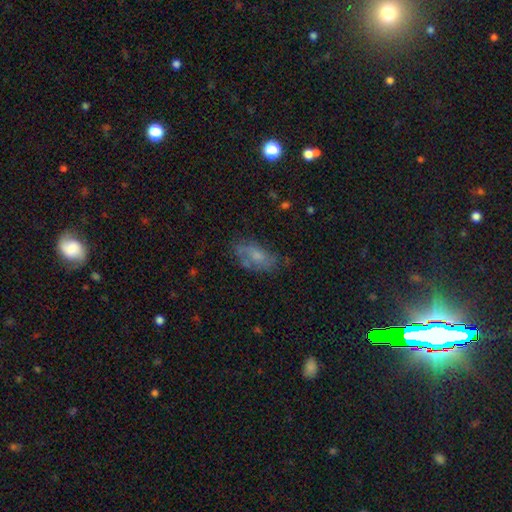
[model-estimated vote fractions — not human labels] smooth-or-featured: smooth: 54% | featured or disk: 34% | star or artifact: 11%
  how-rounded: in between: 87% | cigar-shaped: 8% | round: 5%
  merging: none: 55% | minor disturbance: 27% | major disturbance: 14% | merger: 5%